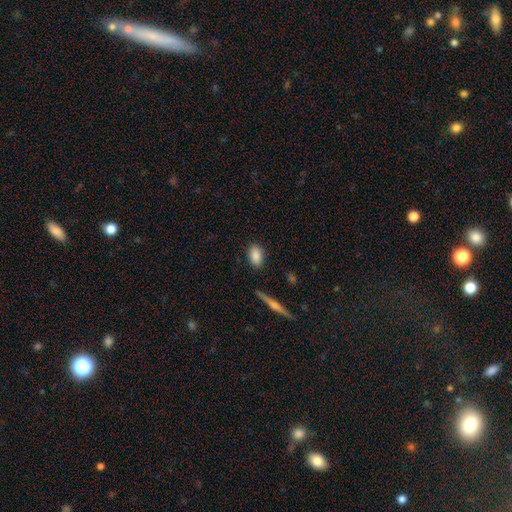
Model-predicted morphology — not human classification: This appears to be a smooth galaxy with no disk features (85%) that is in between round and cigar-shaped (88%). Merging: none (85%).